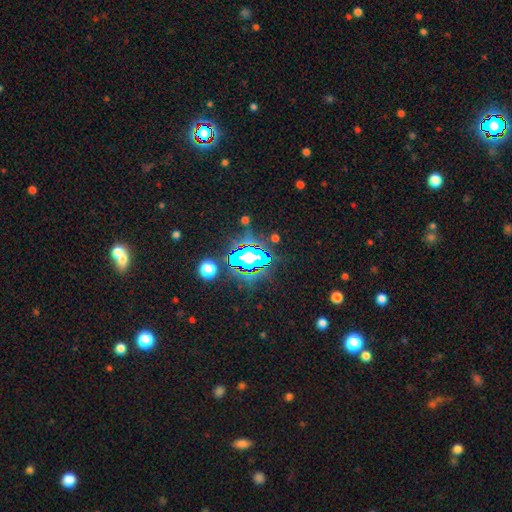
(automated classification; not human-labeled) Smooth or featured?
  - star or artifact: 70% *
  - smooth: 18%
  - featured or disk: 13%